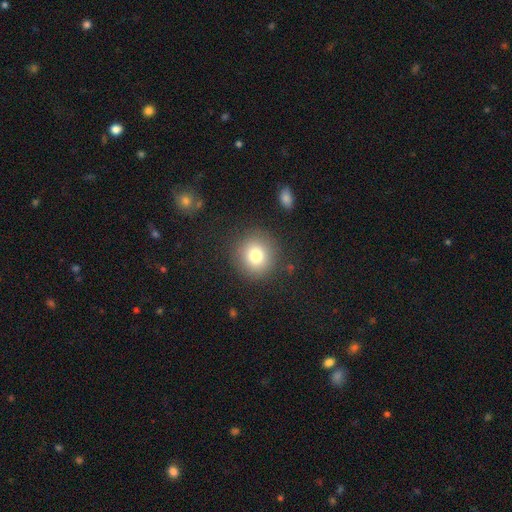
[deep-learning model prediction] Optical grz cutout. It shows a smooth galaxy with no disk features (78%) that is round (92%). Merging: none (88%).